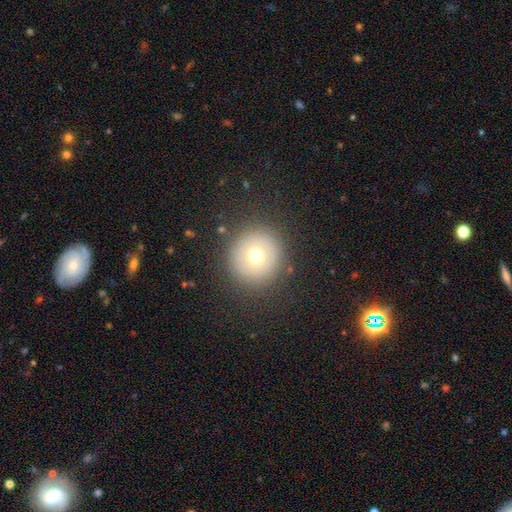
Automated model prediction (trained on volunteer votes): smooth_or_featured: smooth (p=0.65) [alt: featured or disk p=0.21]
how_rounded: round (p=0.95) [alt: in between p=0.04]
merging: none (p=0.88) [alt: minor disturbance p=0.07]